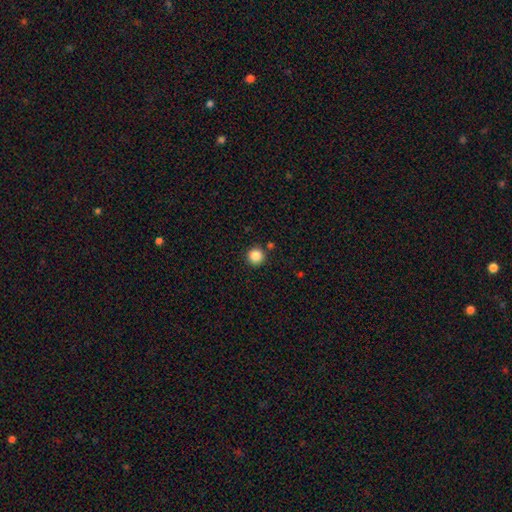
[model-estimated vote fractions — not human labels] This appears to be a smooth galaxy with no disk features (87%) that is round (96%). Merging: none (89%).